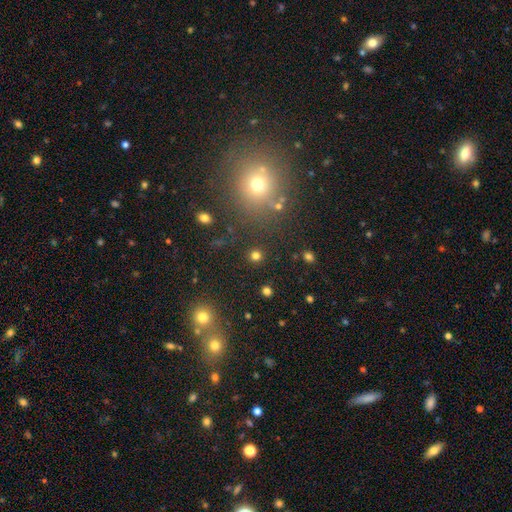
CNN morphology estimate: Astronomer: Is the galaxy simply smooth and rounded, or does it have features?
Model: smooth — 78%.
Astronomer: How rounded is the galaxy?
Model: round — 91%.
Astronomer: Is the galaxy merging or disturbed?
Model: none — 89%.